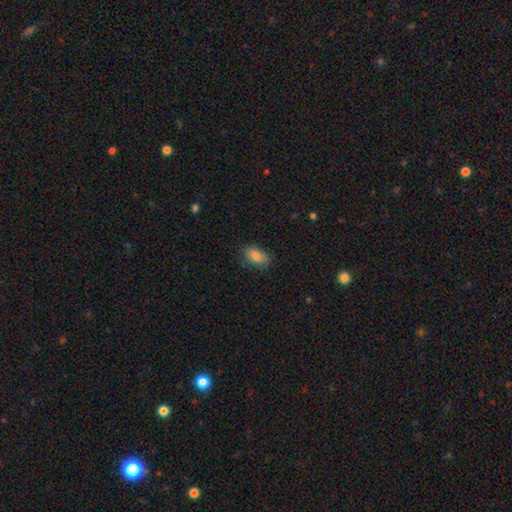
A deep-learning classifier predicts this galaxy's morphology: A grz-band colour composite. It shows a smooth galaxy with no disk features (81%) that is in between round and cigar-shaped (90%). Merging: none (73%).